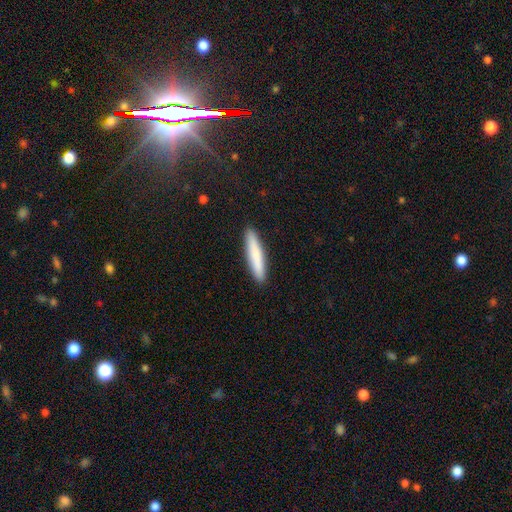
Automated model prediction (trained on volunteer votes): Smooth or featured? smooth (81%)
How rounded? cigar-shaped (91%)
Merging? none (92%)